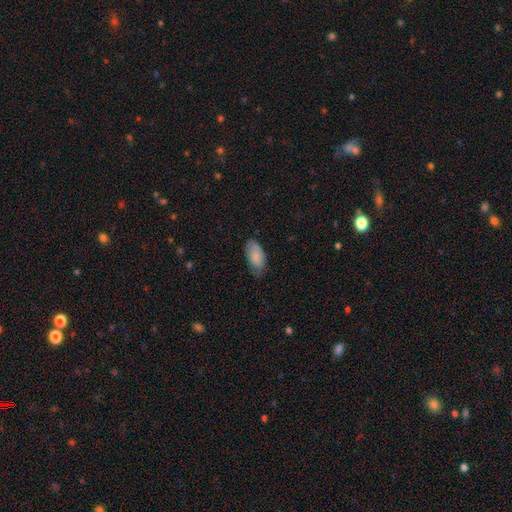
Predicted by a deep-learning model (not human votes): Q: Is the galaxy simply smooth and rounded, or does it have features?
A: smooth — 85%.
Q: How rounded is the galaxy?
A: in between — 93%.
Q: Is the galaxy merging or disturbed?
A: none — 68%.